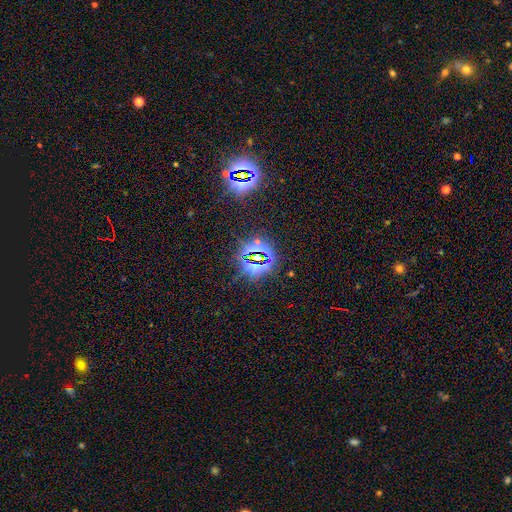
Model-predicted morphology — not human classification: smooth-or-featured: star or artifact: 81% | smooth: 11% | featured or disk: 8%